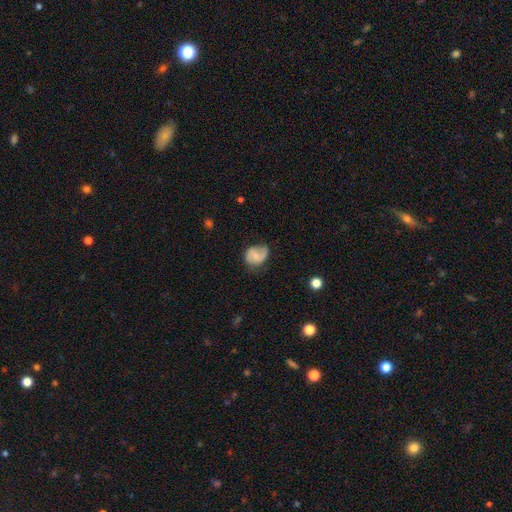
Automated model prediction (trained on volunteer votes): Q: Smooth or featured?
A: featured or disk (55%); runner-up: smooth (38%)
Q: Edge-on disk?
A: no (98%); runner-up: yes (2%)
Q: Bar?
A: weak (44%); runner-up: no (43%)
Q: Spiral arms?
A: yes (86%); runner-up: no (14%)
Q: Bulge size?
A: small (43%); runner-up: none (35%)
Q: Merging?
A: none (56%); runner-up: minor disturbance (29%)